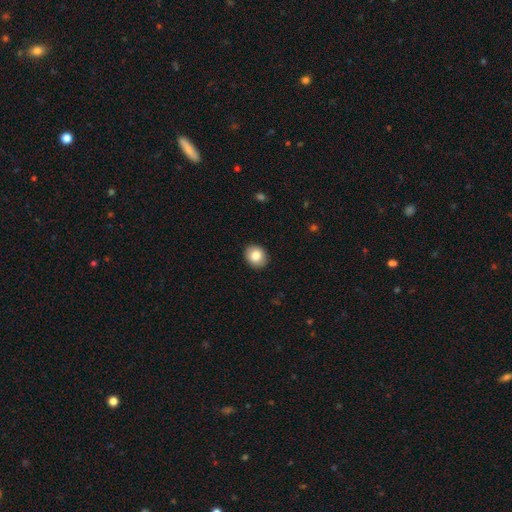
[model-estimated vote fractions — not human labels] Q: Smooth or featured?
A: smooth (84%); runner-up: star or artifact (8%)
Q: How rounded?
A: round (65%); runner-up: in between (34%)
Q: Merging?
A: none (90%); runner-up: minor disturbance (7%)